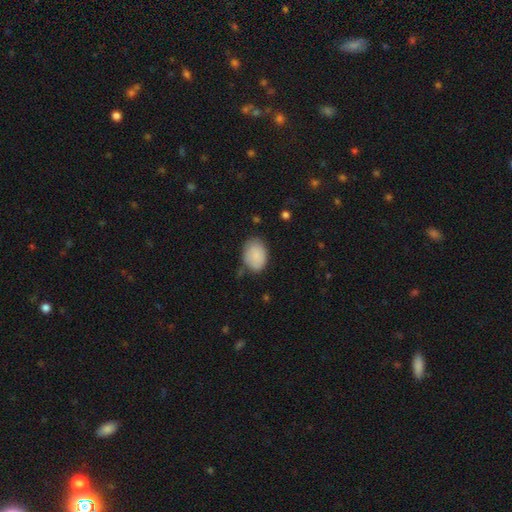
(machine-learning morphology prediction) Smooth or featured?
  - smooth: 85% *
  - featured or disk: 9%
  - star or artifact: 6%
How rounded?
  - in between: 82% *
  - round: 17%
  - cigar-shaped: 1%
Merging?
  - none: 72% *
  - minor disturbance: 21%
  - major disturbance: 5%
  - merger: 2%